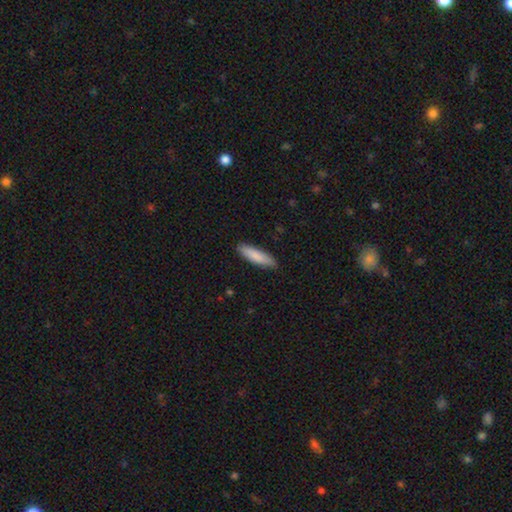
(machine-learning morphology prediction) smooth 85%, featured or disk 10%, star or artifact 5%. Down the decision tree: how rounded — cigar-shaped (69%); merging — none (88%).